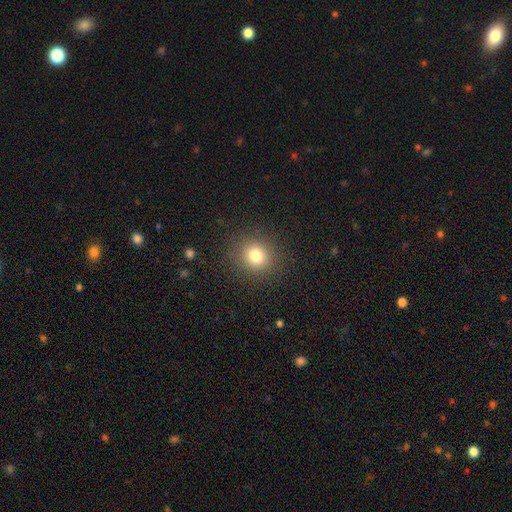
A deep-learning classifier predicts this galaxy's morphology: Smooth or featured?
  - smooth: 78% *
  - star or artifact: 14%
  - featured or disk: 8%
How rounded?
  - round: 84% *
  - in between: 15%
  - cigar-shaped: 1%
Merging?
  - none: 88% *
  - minor disturbance: 7%
  - major disturbance: 3%
  - merger: 1%